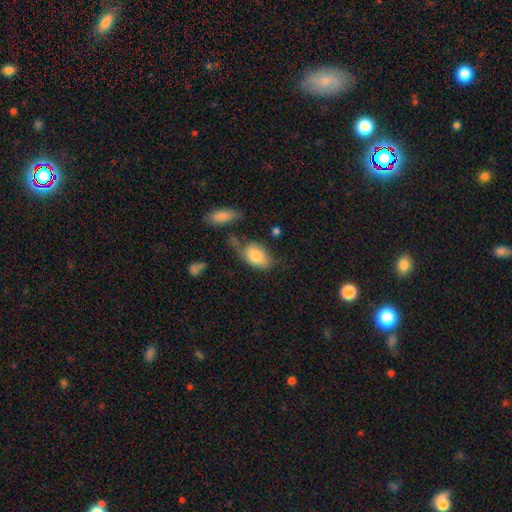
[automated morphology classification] smooth 81%, featured or disk 12%, star or artifact 7%. Down the decision tree: how rounded — in between (89%); merging — none (47%).